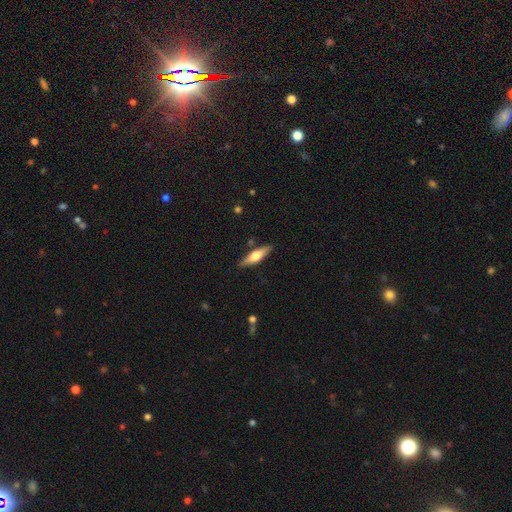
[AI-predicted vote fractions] A featured or disk galaxy (50%) viewed edge-on (93%).

Vote fractions:
- Smooth or featured? featured or disk: 50% / smooth: 44% / star or artifact: 6%
- Edge-on disk? yes: 93% / no: 7%
- Merging? none: 86% / minor disturbance: 9% / merger: 2% / major disturbance: 2%